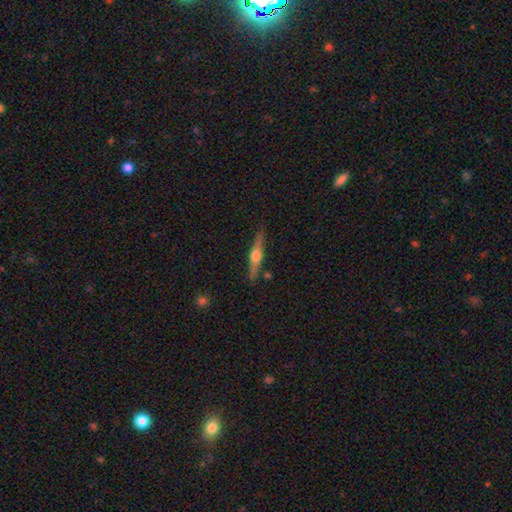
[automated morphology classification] smooth-or-featured: featured or disk: 70% | smooth: 24% | star or artifact: 6%
  disk-edge-on: yes: 97% | no: 3%
    edge-on-bulge: rounded: 92% | boxy: 6% | none: 2%
  merging: none: 86% | minor disturbance: 9% | merger: 2% | major disturbance: 2%